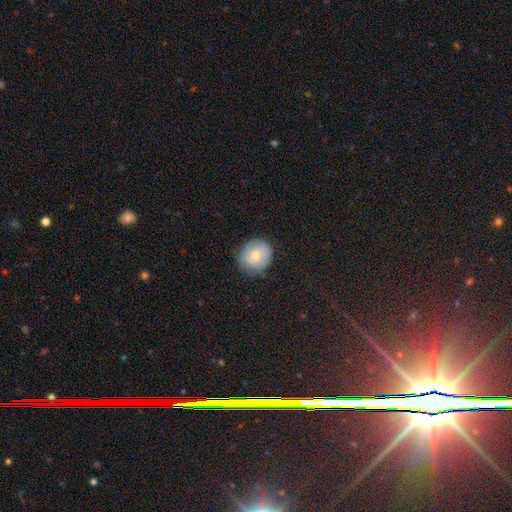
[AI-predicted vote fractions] Smooth or featured? Predicted: smooth (p=0.76). How rounded? Predicted: round (p=0.82). Merging? Predicted: none (p=0.82).